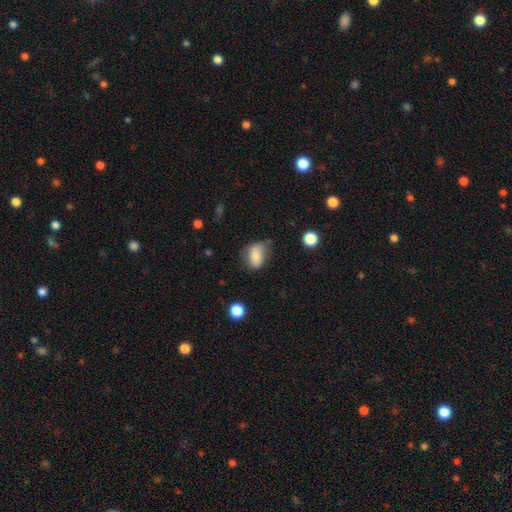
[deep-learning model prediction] A smooth galaxy with no disk features (72%) that is in between round and cigar-shaped (83%). Merging: none (47%).